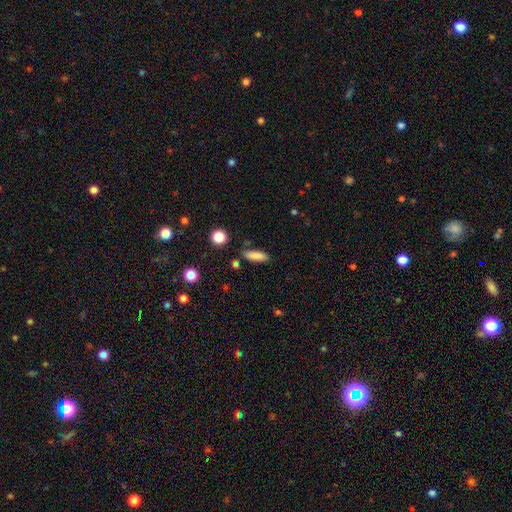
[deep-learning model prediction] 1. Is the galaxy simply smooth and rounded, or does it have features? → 86% smooth, 8% star or artifact, 6% featured or disk.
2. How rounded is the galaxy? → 49% cigar-shaped, 48% in between, 3% round.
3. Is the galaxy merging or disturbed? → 81% none, 12% minor disturbance, 4% merger, 3% major disturbance.